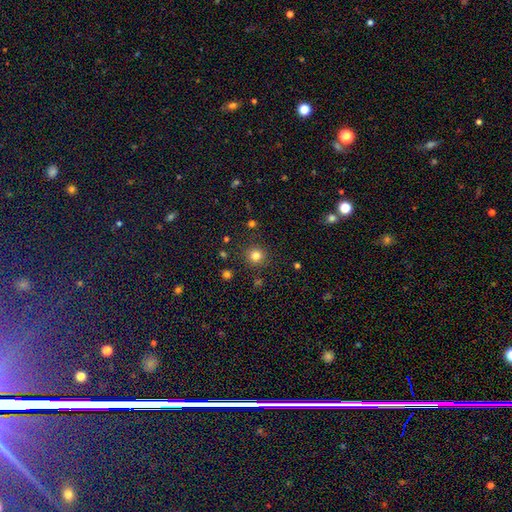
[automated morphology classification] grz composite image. It shows a smooth galaxy with no disk features (80%) that is round (94%). Merging: none (89%).